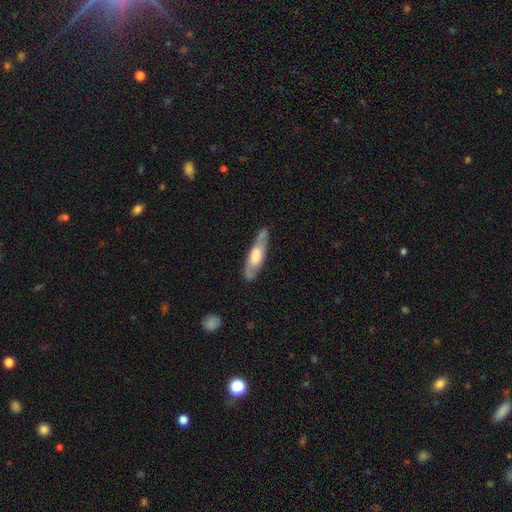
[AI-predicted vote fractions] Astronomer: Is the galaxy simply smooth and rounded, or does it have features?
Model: featured or disk — 58% (runner-up: smooth, 37%).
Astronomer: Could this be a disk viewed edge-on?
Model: yes — 58% (runner-up: no, 42%).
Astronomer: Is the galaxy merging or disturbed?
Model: none — 77%.